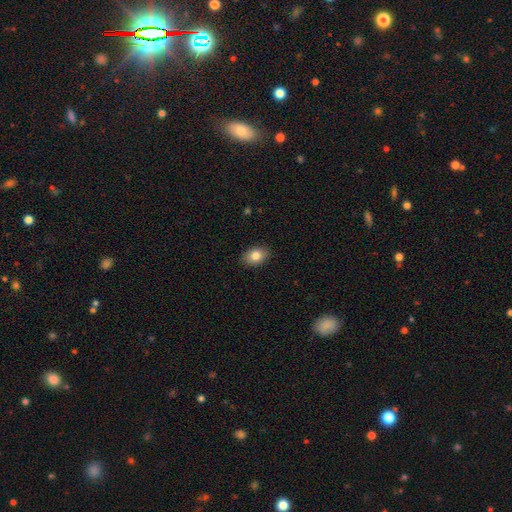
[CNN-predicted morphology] Smooth or featured? smooth (83%)
How rounded? in between (78%)
Merging? none (88%)